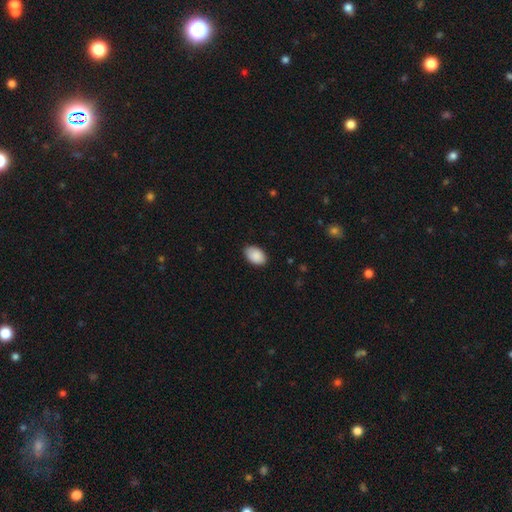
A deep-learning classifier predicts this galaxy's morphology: Q: Smooth or featured?
A: smooth (90%); runner-up: star or artifact (6%)
Q: How rounded?
A: in between (91%); runner-up: round (8%)
Q: Merging?
A: none (85%); runner-up: minor disturbance (12%)